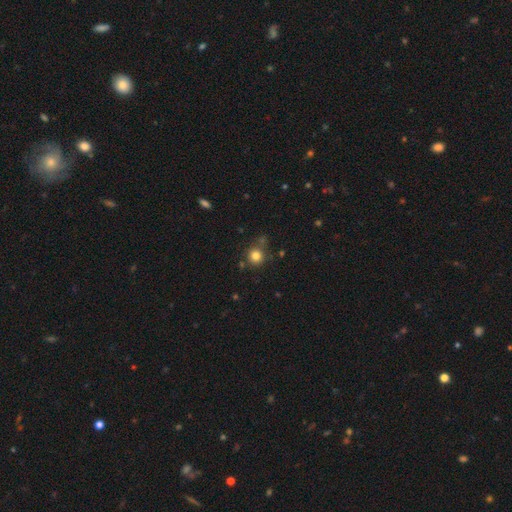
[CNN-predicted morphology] smooth 81%, star or artifact 13%, featured or disk 6%. Down the decision tree: how rounded — round (91%); merging — none (75%).